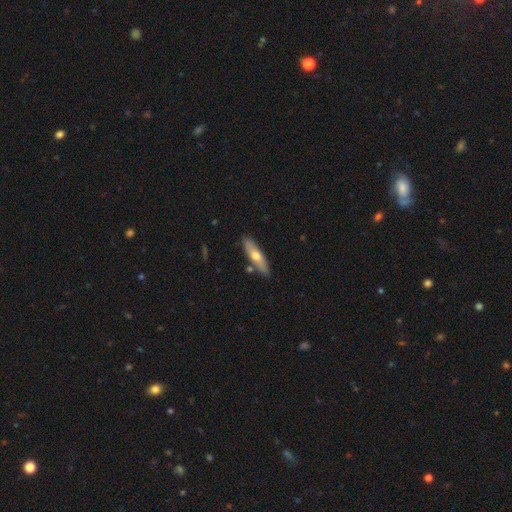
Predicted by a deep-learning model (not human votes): Smooth or featured: smooth — 54% (featured or disk — 40%)
How rounded: cigar-shaped — 68% (in between — 30%)
Merging: none — 82% (minor disturbance — 11%)